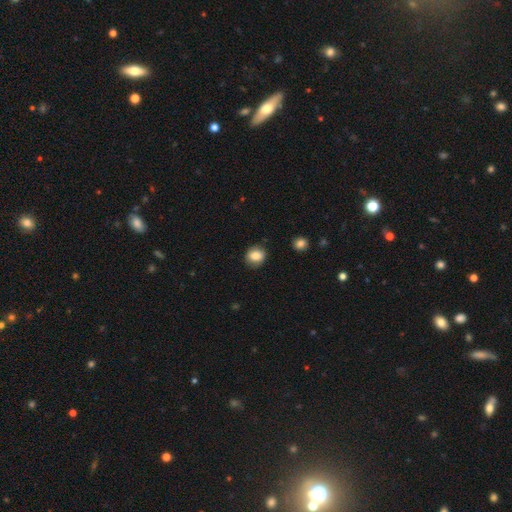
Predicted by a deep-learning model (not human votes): The model was most divided on "how rounded": round: 66%, in between: 33%, cigar-shaped: 1%. More confident: smooth or featured — smooth (84%); merging — none (83%).